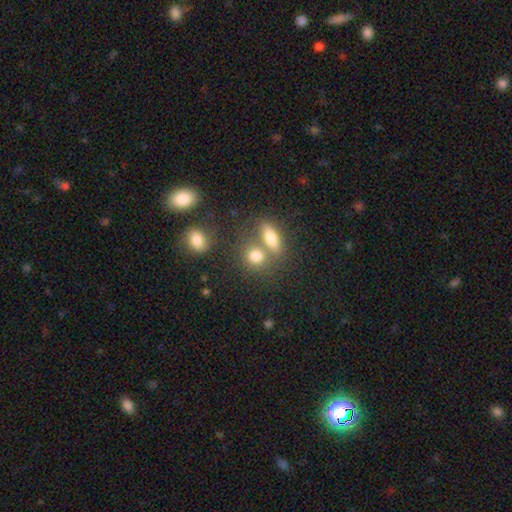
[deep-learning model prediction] Morphology: type=smooth (77%); roundness=round (56%); merging=none (47%).